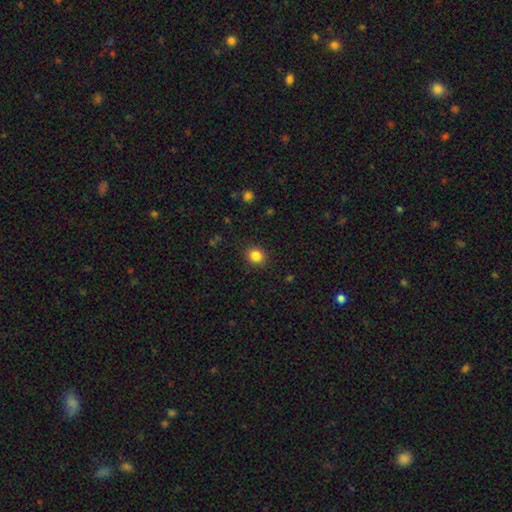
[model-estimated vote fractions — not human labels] A smooth galaxy with no disk features (85%) that is round (77%).

Vote fractions:
- Smooth or featured? smooth: 85% / star or artifact: 11% / featured or disk: 4%
- How rounded? round: 77% / in between: 22% / cigar-shaped: 1%
- Merging? none: 90% / minor disturbance: 7% / major disturbance: 2% / merger: 1%